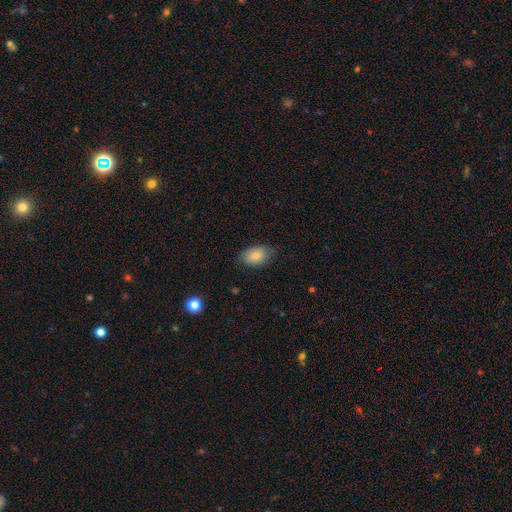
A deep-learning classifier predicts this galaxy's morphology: Smooth or featured? smooth (84%)
How rounded? in between (88%)
Merging? none (77%)